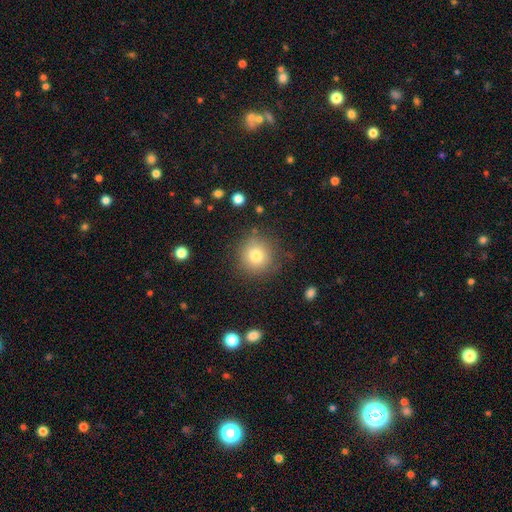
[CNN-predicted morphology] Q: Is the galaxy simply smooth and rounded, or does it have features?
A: smooth — 79%.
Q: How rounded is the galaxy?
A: round — 92%.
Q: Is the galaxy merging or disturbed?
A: none — 83%.